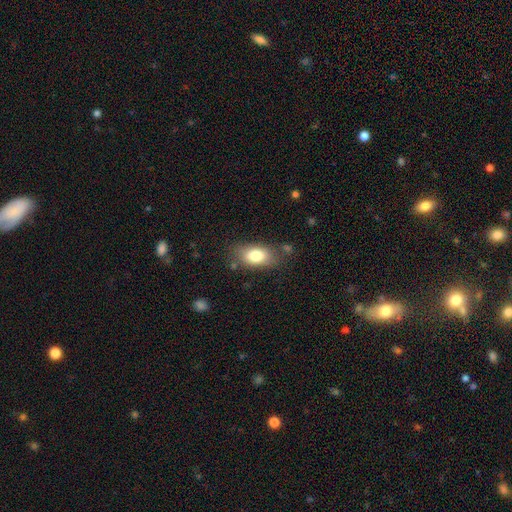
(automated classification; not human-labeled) Q: Smooth or featured?
A: smooth (80%); runner-up: featured or disk (12%)
Q: How rounded?
A: in between (89%); runner-up: round (8%)
Q: Merging?
A: none (75%); runner-up: minor disturbance (17%)